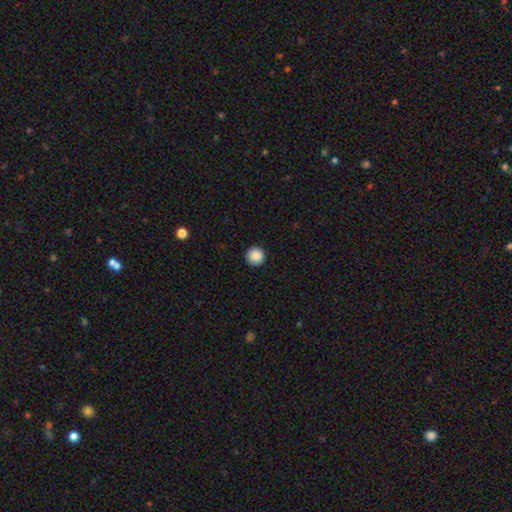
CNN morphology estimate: Smooth or featured? Predicted: smooth (p=0.89). How rounded? Predicted: round (p=0.96). Merging? Predicted: none (p=0.93).